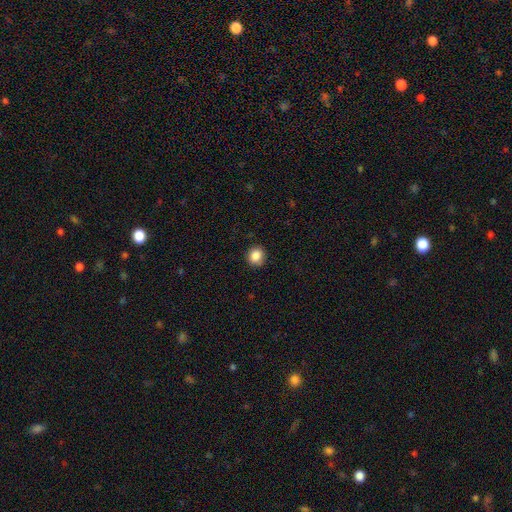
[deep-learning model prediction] Smooth or featured?
  - smooth: 87% *
  - star or artifact: 10%
  - featured or disk: 4%
How rounded?
  - round: 86% *
  - in between: 14%
  - cigar-shaped: 1%
Merging?
  - none: 88% *
  - minor disturbance: 9%
  - major disturbance: 2%
  - merger: 1%